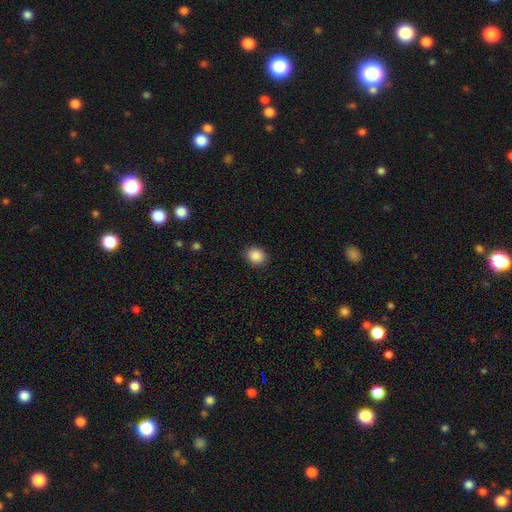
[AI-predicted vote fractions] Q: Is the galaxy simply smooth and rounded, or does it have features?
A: smooth — 88%.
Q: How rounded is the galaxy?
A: in between — 51%.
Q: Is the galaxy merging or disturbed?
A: none — 88%.